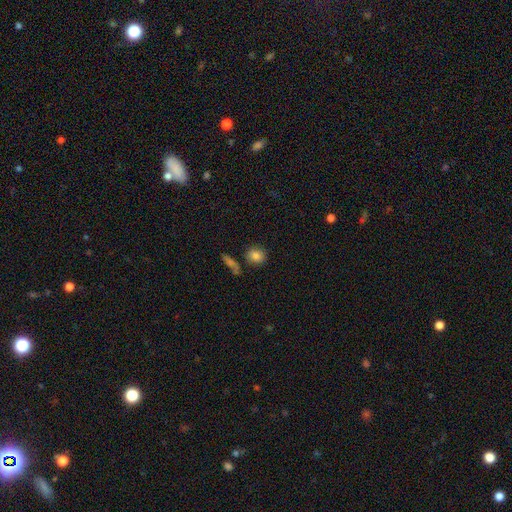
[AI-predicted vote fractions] The model was most divided on "how rounded": round: 76%, in between: 22%, cigar-shaped: 2%. More confident: smooth or featured — smooth (82%); merging — none (79%).